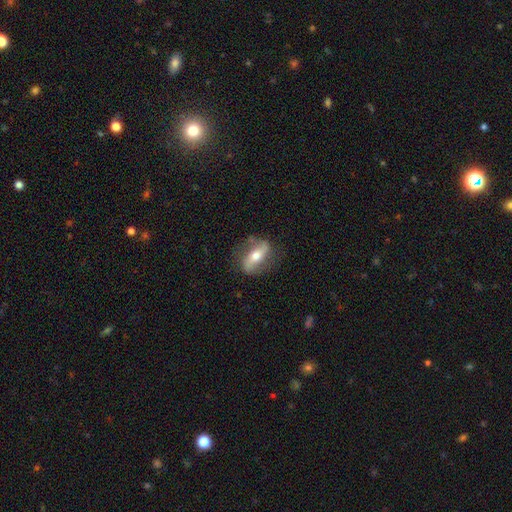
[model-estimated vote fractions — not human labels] The model was most divided on "bar": strong: 47%, no: 30%, weak: 24%. More confident: edge-on disk — no (80%); spiral arms — yes (76%); merging — none (75%); bulge size — moderate (68%); smooth or featured — featured or disk (64%).